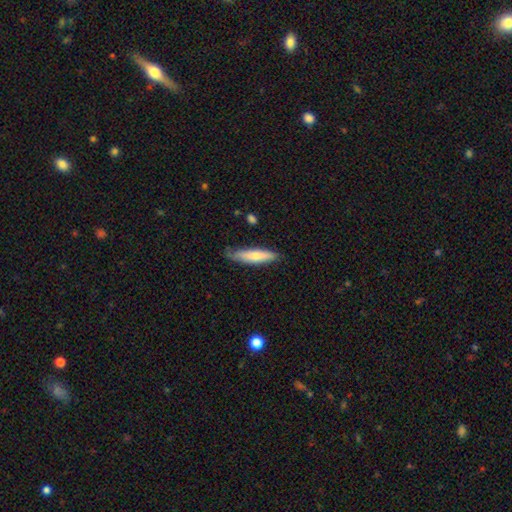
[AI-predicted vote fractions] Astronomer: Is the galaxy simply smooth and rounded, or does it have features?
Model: smooth — 67%.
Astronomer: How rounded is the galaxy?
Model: cigar-shaped — 76%.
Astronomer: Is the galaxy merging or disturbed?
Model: none — 75%.